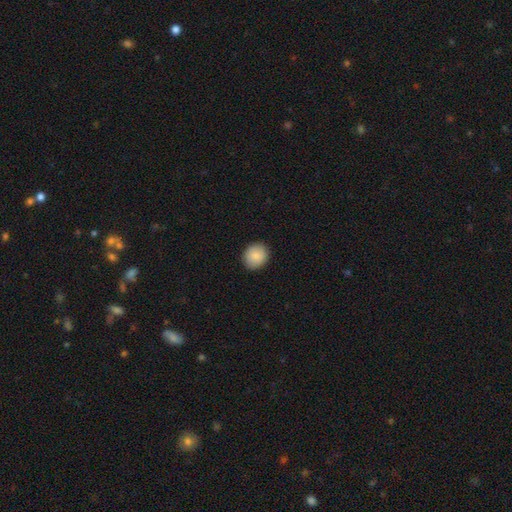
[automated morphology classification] Smooth or featured? smooth (87%)
How rounded? round (76%)
Merging? none (90%)